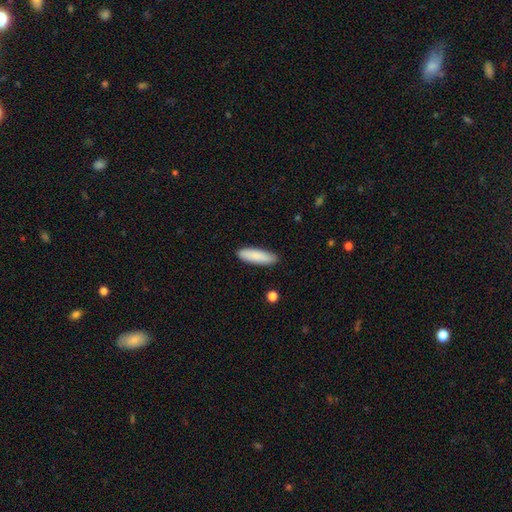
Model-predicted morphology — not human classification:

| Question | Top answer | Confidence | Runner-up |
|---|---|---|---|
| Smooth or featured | smooth | 88% | featured or disk (7%) |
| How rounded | cigar-shaped | 61% | in between (38%) |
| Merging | none | 89% | minor disturbance (8%) |